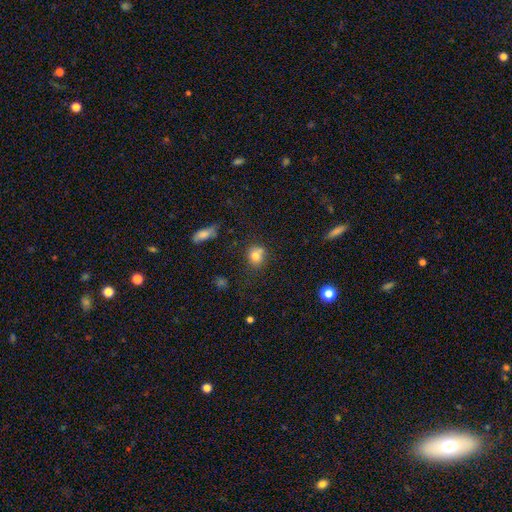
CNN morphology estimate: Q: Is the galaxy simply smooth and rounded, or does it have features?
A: smooth — 78%.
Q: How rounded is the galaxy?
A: round — 72%.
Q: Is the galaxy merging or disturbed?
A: none — 60%.